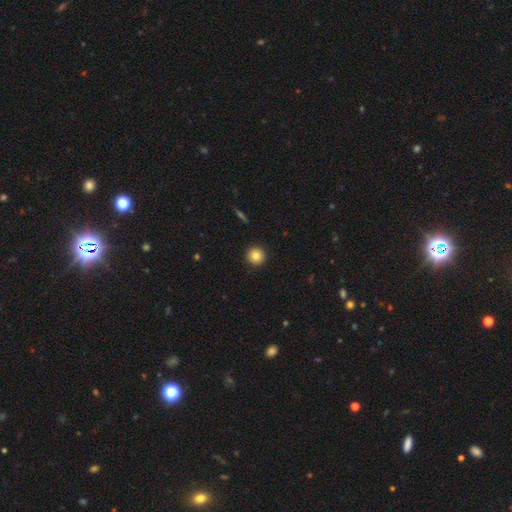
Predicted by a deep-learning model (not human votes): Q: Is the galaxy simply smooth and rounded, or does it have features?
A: smooth — 83%.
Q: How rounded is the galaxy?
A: round — 95%.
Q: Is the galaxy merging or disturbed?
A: none — 93%.